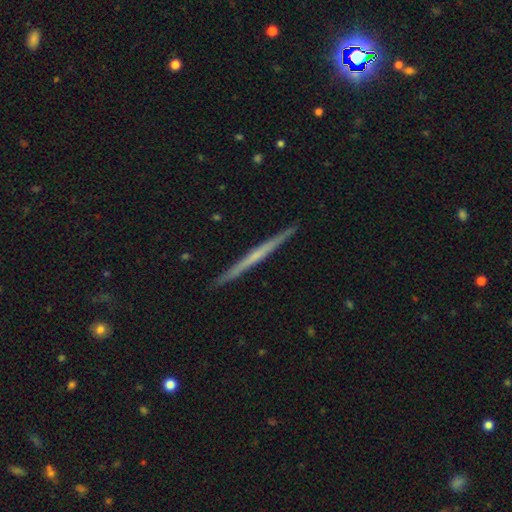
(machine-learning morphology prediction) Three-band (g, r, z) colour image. It shows a featured or disk galaxy (63%) viewed edge-on (98%) with no central bulge (81%). Merging: none (93%).